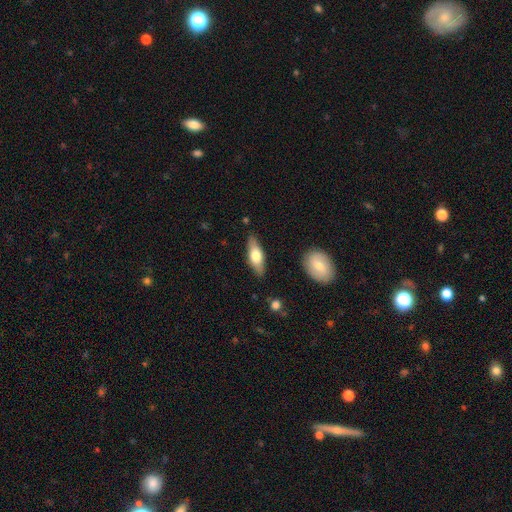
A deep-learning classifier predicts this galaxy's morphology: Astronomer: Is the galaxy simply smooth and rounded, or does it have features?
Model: smooth — 59% (runner-up: featured or disk, 36%).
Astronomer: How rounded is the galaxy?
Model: in between — 61% (runner-up: cigar-shaped, 36%).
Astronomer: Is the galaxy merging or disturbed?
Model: none — 85%.